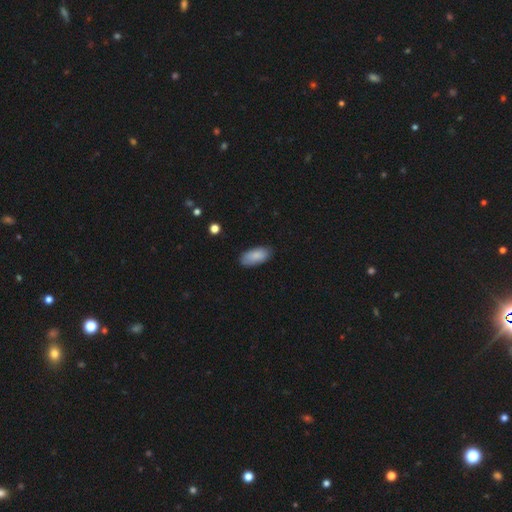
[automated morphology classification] Smooth or featured? Predicted: smooth (p=0.87). How rounded? Predicted: in between (p=0.92). Merging? Predicted: none (p=0.84).